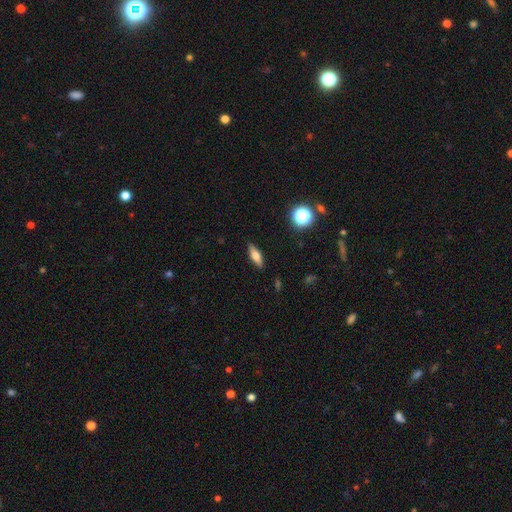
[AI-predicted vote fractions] A smooth galaxy with no disk features (57%) that is in between round and cigar-shaped (50%).

Vote fractions:
- Smooth or featured? smooth: 57% / featured or disk: 34% / star or artifact: 9%
- How rounded? in between: 50% / cigar-shaped: 45% / round: 5%
- Merging? none: 89% / minor disturbance: 8% / major disturbance: 2% / merger: 1%